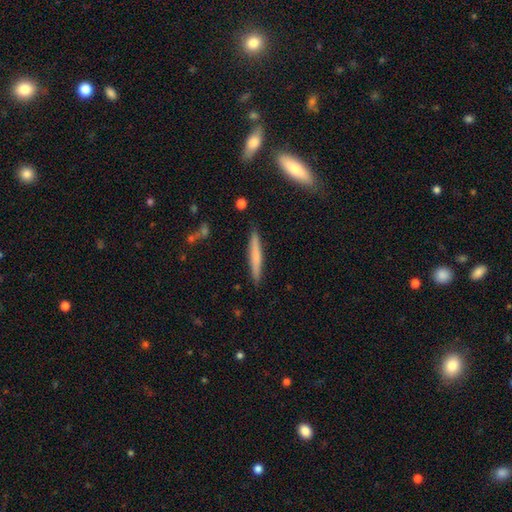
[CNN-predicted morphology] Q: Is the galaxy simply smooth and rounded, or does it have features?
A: smooth — 64%.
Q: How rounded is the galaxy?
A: cigar-shaped — 95%.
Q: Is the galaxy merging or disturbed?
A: none — 89%.